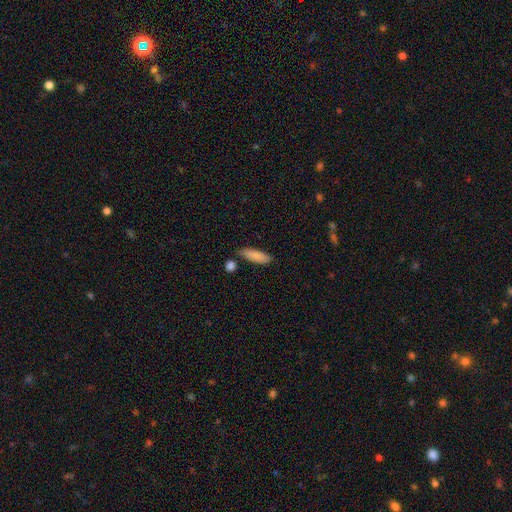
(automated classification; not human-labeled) This appears to be a smooth galaxy with no disk features (86%) that is in between round and cigar-shaped (57%). Merging: none (73%).